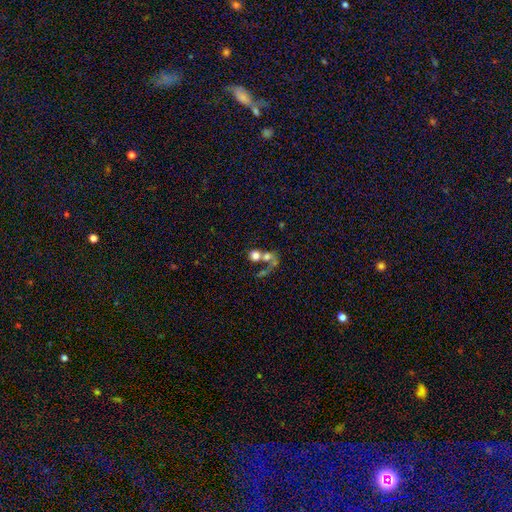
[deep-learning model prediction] smooth 58%, featured or disk 29%, star or artifact 13%. Down the decision tree: how rounded — round (73%); merging — merger (59%).